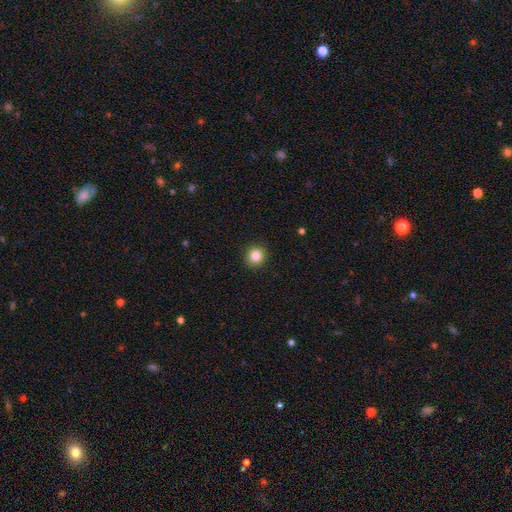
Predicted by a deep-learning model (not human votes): smooth 84%, star or artifact 11%, featured or disk 5%. Down the decision tree: how rounded — round (90%); merging — none (92%).